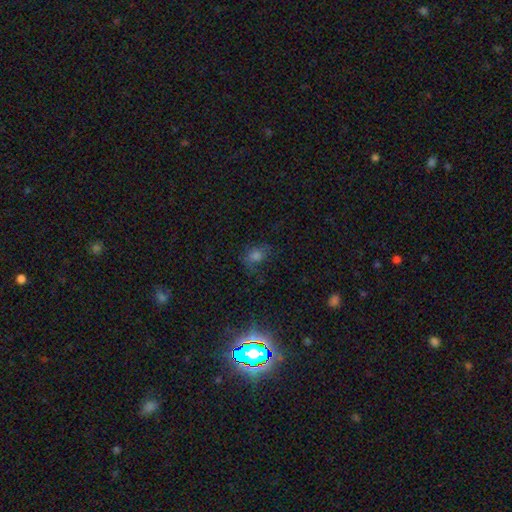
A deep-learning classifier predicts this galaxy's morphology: Smooth or featured?
  - smooth: 50% *
  - star or artifact: 37%
  - featured or disk: 13%
How rounded?
  - in between: 52% *
  - round: 46%
  - cigar-shaped: 2%
Merging?
  - none: 64% *
  - minor disturbance: 22%
  - major disturbance: 12%
  - merger: 3%